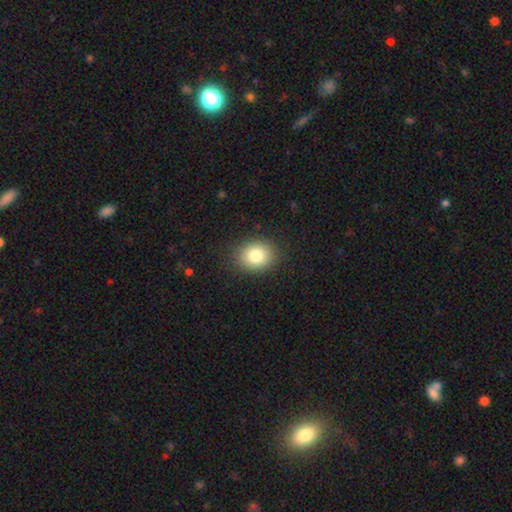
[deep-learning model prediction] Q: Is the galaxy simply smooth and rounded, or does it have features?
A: smooth — 81%.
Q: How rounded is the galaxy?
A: round — 58%.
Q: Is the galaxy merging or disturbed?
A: none — 88%.